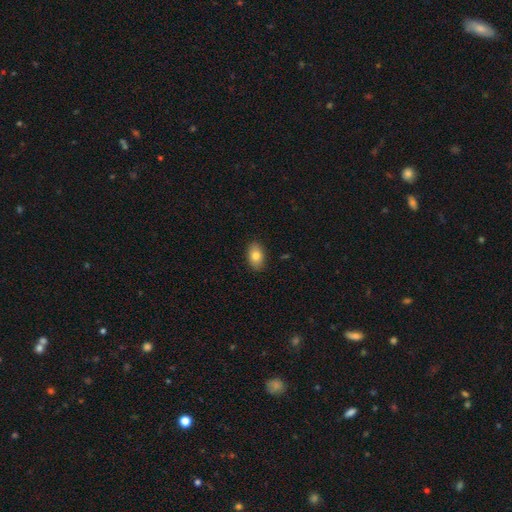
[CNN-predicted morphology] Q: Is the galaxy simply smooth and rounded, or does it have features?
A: smooth — 81%.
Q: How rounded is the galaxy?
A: in between — 89%.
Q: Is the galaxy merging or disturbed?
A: none — 89%.